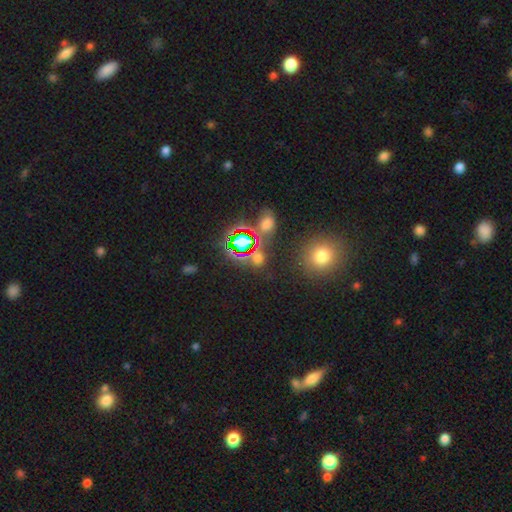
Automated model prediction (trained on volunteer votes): Smooth or featured? star or artifact (70%)